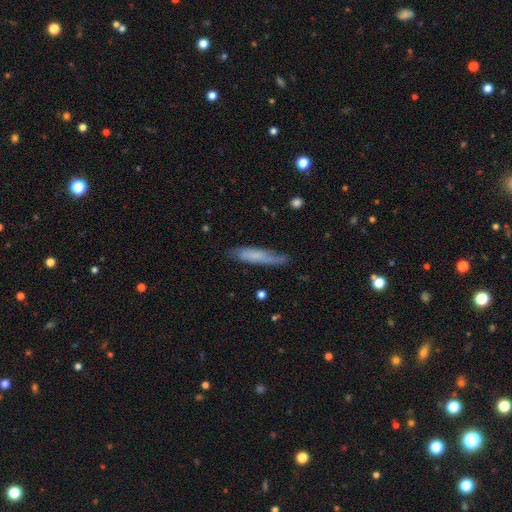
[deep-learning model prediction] This appears to be a smooth galaxy with no disk features (59%) that is cigar-shaped (84%). Merging: none (68%).